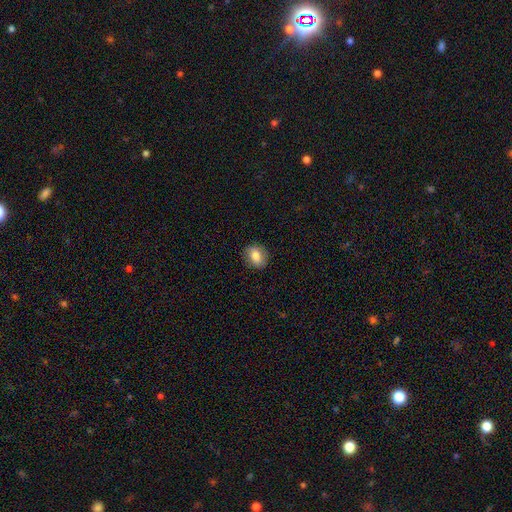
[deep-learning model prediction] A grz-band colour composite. It shows a smooth galaxy with no disk features (79%) that is in between round and cigar-shaped (50%). Merging: none (86%).